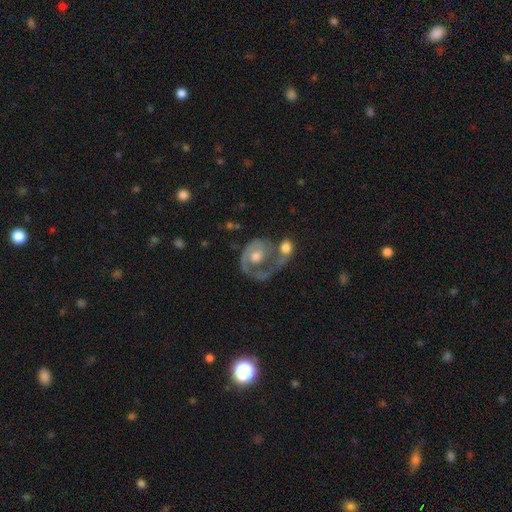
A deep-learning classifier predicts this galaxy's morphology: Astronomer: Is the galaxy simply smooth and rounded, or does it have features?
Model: featured or disk — 76%.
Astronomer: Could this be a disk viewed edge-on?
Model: no — 97%.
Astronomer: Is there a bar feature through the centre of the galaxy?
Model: no — 76%.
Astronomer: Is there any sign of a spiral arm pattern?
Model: yes — 78%.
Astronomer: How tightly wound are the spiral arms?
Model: tight — 47% (runner-up: medium, 32%).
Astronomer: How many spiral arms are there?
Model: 1 — 73%.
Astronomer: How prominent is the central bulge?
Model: moderate — 68%.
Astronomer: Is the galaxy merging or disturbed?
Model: merger — 36% (runner-up: none, 26%).